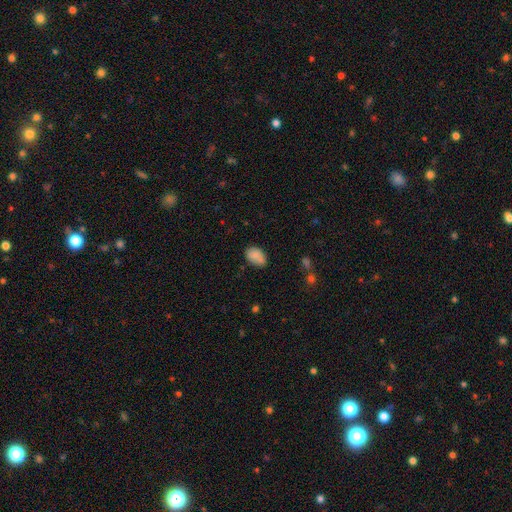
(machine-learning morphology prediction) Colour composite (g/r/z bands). It shows a smooth galaxy with no disk features (80%) that is in between round and cigar-shaped (85%). Merging: none (60%).